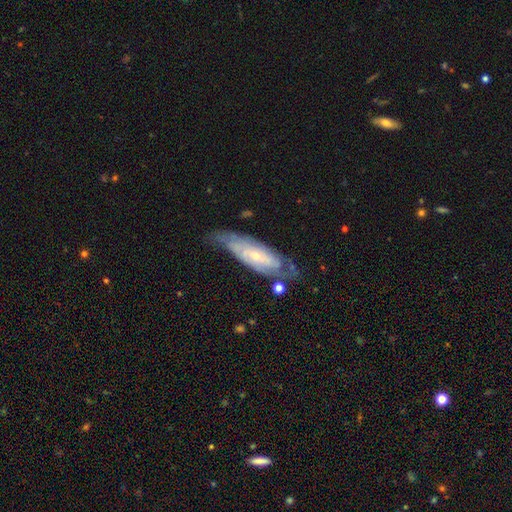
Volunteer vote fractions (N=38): Smooth or featured?
  - featured or disk: 92% *
  - smooth: 8%
  - star or artifact: 0%
Edge-on disk?
  - no: 74% *
  - yes: 26%
Bar?
  - no: 73% *
  - weak: 19%
  - strong: 8%
Spiral arms?
  - yes: 88% *
  - no: 12%
Spiral winding?
  - tight: 83% *
  - medium: 13%
  - loose: 4%
Spiral arm count?
  - can't tell: 61% *
  - 2: 30%
  - 1: 4%
  - more than 4: 4%
  - 3: 0%
  - 4: 0%
Bulge size?
  - small: 81% *
  - moderate: 15%
  - none: 4%
  - dominant: 0%
  - large: 0%
Merging?
  - none: 66% *
  - minor disturbance: 26%
  - merger: 5%
  - major disturbance: 3%